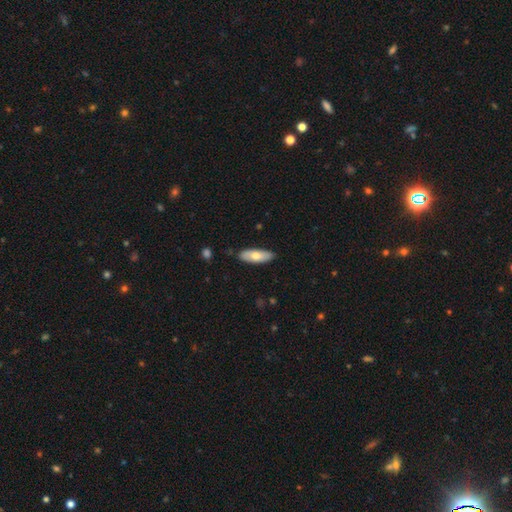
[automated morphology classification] smooth-or-featured: smooth: 65% | featured or disk: 29% | star or artifact: 5%
  how-rounded: in between: 71% | cigar-shaped: 27% | round: 2%
  merging: none: 86% | minor disturbance: 11% | major disturbance: 2% | merger: 1%